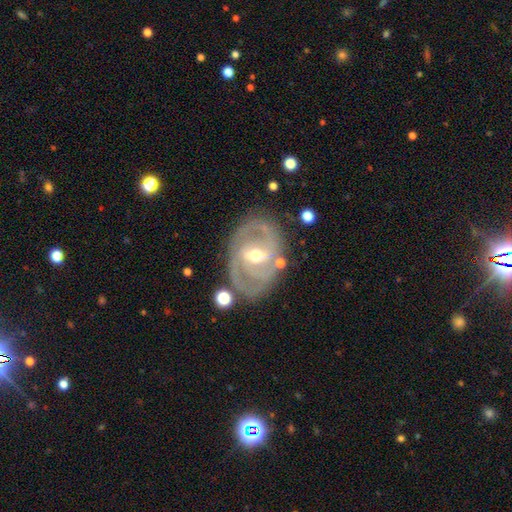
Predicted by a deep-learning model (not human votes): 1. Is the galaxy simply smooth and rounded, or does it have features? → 87% featured or disk, 8% smooth, 5% star or artifact.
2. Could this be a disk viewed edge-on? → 96% no, 4% yes.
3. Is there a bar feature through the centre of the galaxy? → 48% weak, 34% strong, 17% no.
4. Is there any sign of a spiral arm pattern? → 92% yes, 8% no.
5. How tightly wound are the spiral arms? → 47% tight, 42% medium, 11% loose.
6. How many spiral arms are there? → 61% 2, 16% 3, 14% can't tell, 4% 4, 3% 1, 3% more than 4.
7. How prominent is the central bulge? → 61% moderate, 34% small, 3% large, 1% none, 1% dominant.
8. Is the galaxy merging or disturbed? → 76% none, 15% minor disturbance, 6% major disturbance, 3% merger.